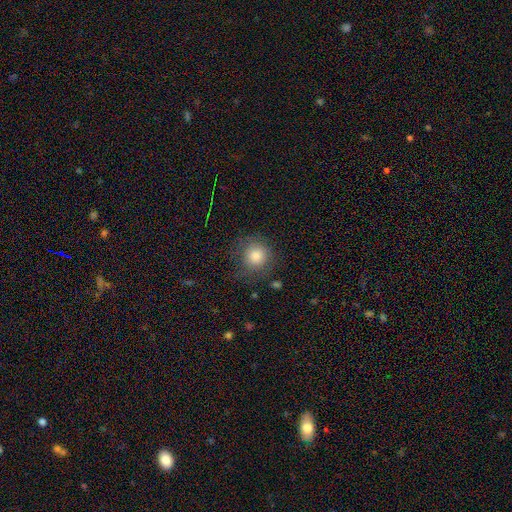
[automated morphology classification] A smooth galaxy with no disk features (79%) that is round (92%).

Vote fractions:
- Smooth or featured? smooth: 79% / star or artifact: 12% / featured or disk: 9%
- How rounded? round: 92% / in between: 7% / cigar-shaped: 1%
- Merging? none: 78% / minor disturbance: 15% / major disturbance: 6% / merger: 2%